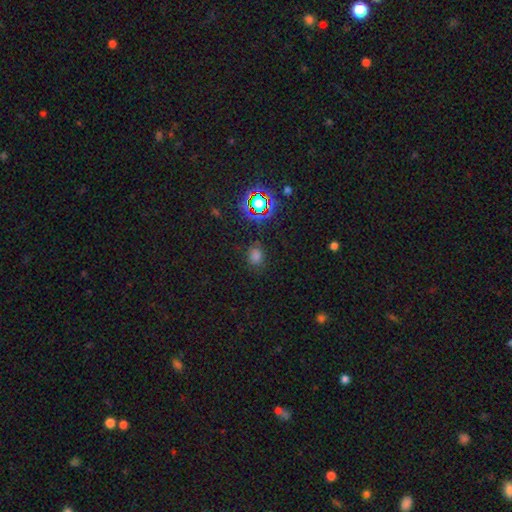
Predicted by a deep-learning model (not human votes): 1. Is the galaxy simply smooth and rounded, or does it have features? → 63% smooth, 32% star or artifact, 6% featured or disk.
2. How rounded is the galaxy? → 66% round, 32% in between, 1% cigar-shaped.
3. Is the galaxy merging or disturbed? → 82% none, 12% minor disturbance, 4% major disturbance, 2% merger.